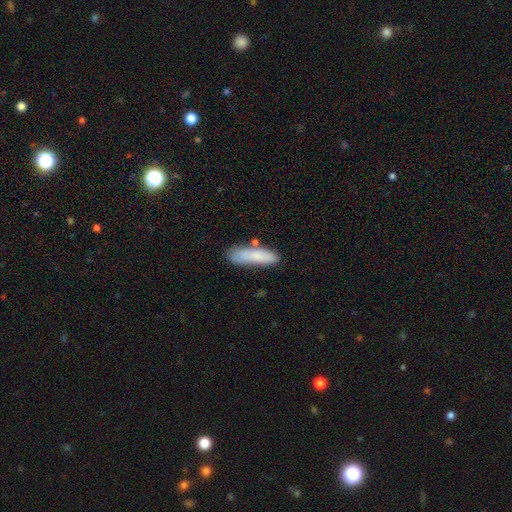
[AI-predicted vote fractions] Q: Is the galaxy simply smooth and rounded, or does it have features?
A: smooth — 79%.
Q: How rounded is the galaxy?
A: cigar-shaped — 65%.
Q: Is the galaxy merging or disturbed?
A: none — 64%.